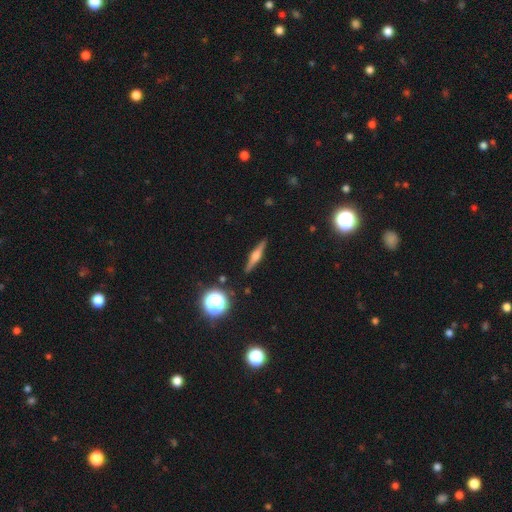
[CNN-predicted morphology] smooth-or-featured: featured or disk: 70% | smooth: 21% | star or artifact: 8%
  disk-edge-on: yes: 97% | no: 3%
    edge-on-bulge: rounded: 85% | boxy: 11% | none: 3%
  merging: none: 90% | minor disturbance: 7% | major disturbance: 2% | merger: 1%